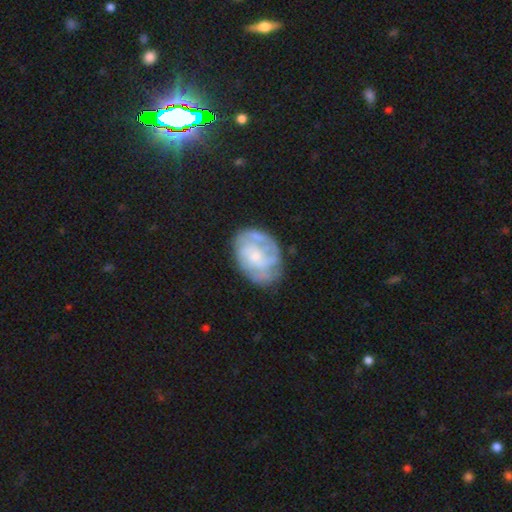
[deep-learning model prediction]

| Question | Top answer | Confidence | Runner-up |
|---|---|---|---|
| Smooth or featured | featured or disk | 69% | smooth (24%) |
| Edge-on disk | no | 97% | yes (3%) |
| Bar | no | 70% | weak (25%) |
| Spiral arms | yes | 78% | no (22%) |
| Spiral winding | tight | 50% | medium (36%) |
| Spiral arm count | can't tell | 45% | 2 (20%) |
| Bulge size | small | 53% | moderate (28%) |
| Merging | none | 67% | minor disturbance (21%) |